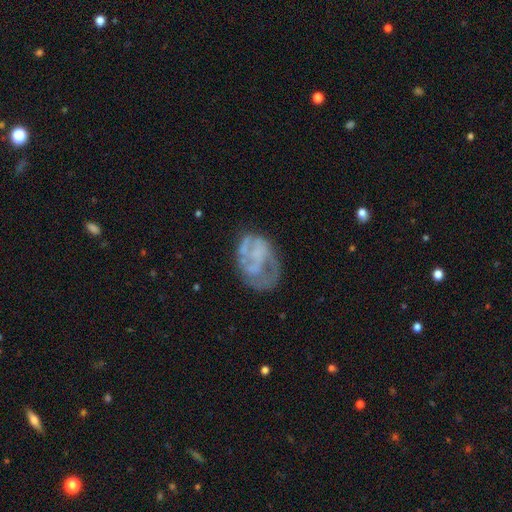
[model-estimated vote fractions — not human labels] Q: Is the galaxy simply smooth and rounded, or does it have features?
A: featured or disk — 66%.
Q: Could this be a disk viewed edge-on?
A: no — 98%.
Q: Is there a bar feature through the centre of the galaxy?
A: no — 79%.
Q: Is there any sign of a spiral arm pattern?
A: no — 56%.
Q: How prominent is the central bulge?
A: none — 73%.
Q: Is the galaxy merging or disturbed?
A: none — 48%.